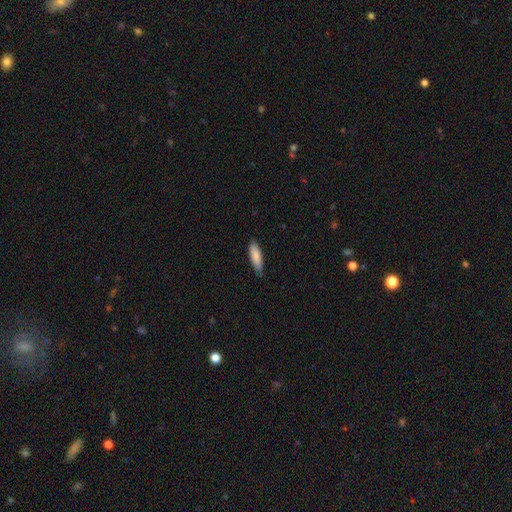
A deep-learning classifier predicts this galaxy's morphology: A smooth galaxy with no disk features (85%) that is cigar-shaped (55%).

Vote fractions:
- Smooth or featured? smooth: 85% / featured or disk: 10% / star or artifact: 5%
- How rounded? cigar-shaped: 55% / in between: 43% / round: 1%
- Merging? none: 77% / minor disturbance: 19% / major disturbance: 2% / merger: 1%